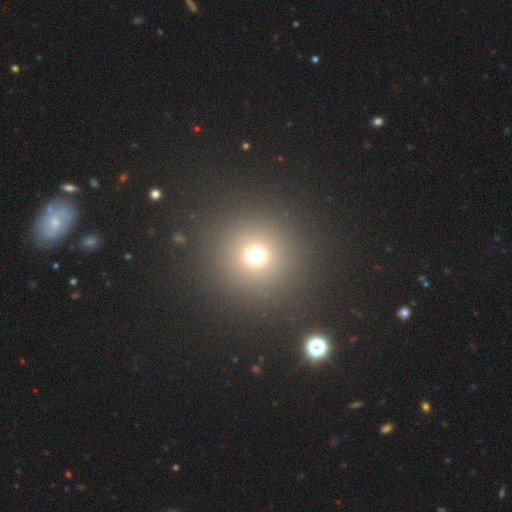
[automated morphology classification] A smooth galaxy with no disk features (69%) that is round (94%).

Vote fractions:
- Smooth or featured? smooth: 69% / star or artifact: 22% / featured or disk: 8%
- How rounded? round: 94% / in between: 5% / cigar-shaped: 1%
- Merging? none: 87% / minor disturbance: 6% / major disturbance: 4% / merger: 3%